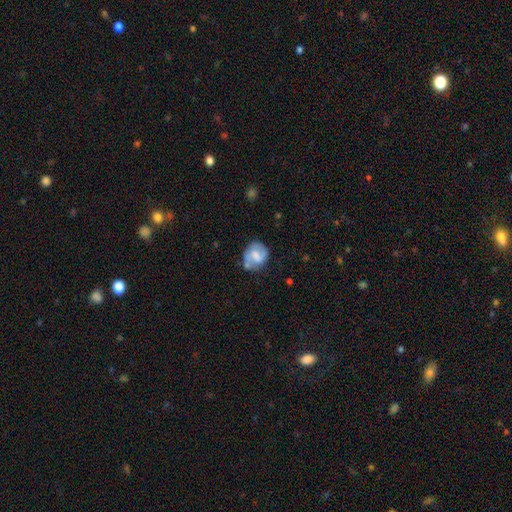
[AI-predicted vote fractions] Smooth or featured? featured or disk (50%)
Edge-on disk? no (97%)
Merging? none (53%)